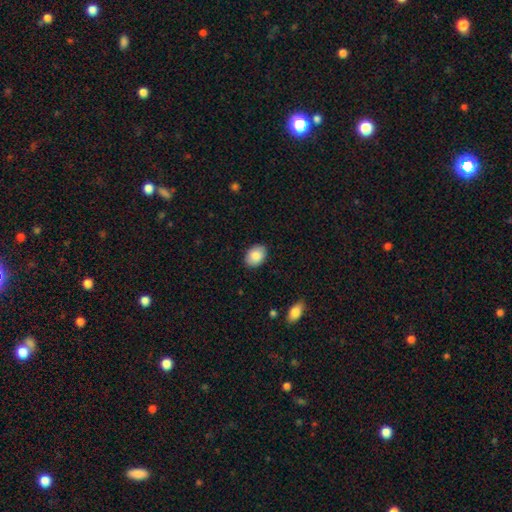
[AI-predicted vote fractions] Smooth or featured? smooth (86%)
How rounded? in between (78%)
Merging? none (88%)